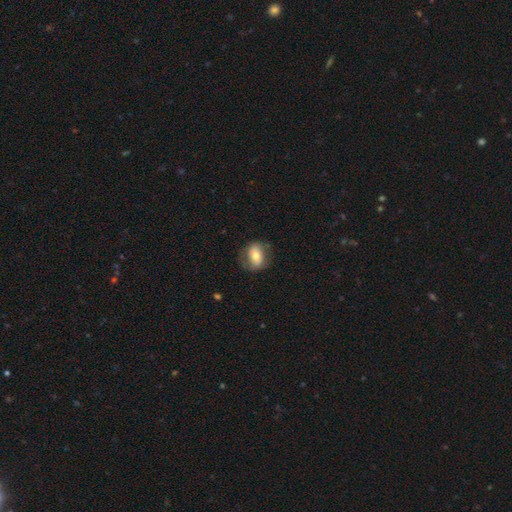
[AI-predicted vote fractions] Q: Smooth or featured?
A: smooth (62%); runner-up: featured or disk (30%)
Q: How rounded?
A: in between (69%); runner-up: round (29%)
Q: Merging?
A: none (69%); runner-up: minor disturbance (20%)